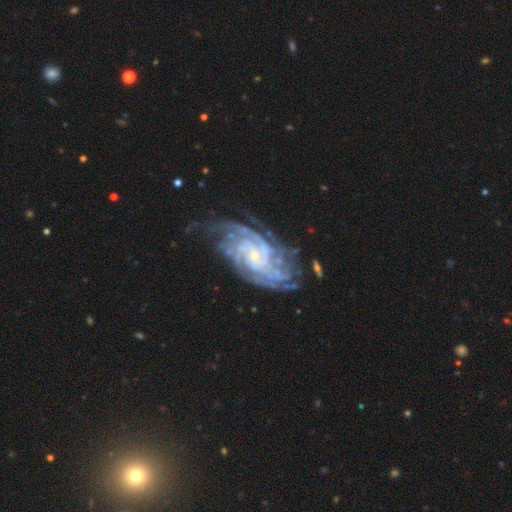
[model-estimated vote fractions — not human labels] smooth-or-featured: featured or disk: 90% | star or artifact: 6% | smooth: 4%
  disk-edge-on: no: 96% | yes: 4%
    bar: no: 67% | weak: 25% | strong: 9%
    has-spiral-arms: yes: 98% | no: 2%
      spiral-winding: tight: 72% | medium: 23% | loose: 5%
      spiral-arm-count: can't tell: 25% | 4: 23% | more than 4: 19% | 3: 13% | 2: 12% | 1: 7%
    bulge-size: small: 82% | moderate: 13% | none: 3% | large: 1% | dominant: 1%
  merging: none: 65% | minor disturbance: 21% | major disturbance: 12% | merger: 3%